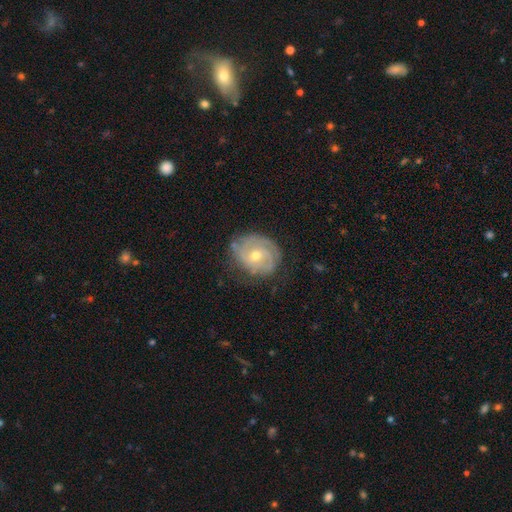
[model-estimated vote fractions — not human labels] Morphology: type=featured or disk (81%); edge-on=no (97%); bar=no (66%); spiral arms=yes (92%); winding=tight (69%); arm count=2 (35%); bulge=moderate (57%); merging=none (72%).